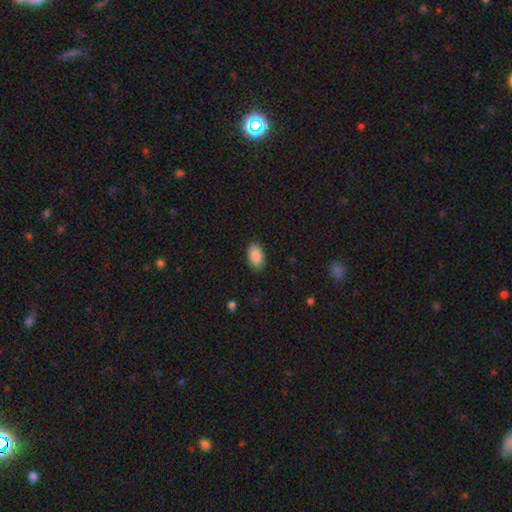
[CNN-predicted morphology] This is clearly a smooth galaxy (89%). How rounded: clearly in between (94%). Merging: clearly none (88%).